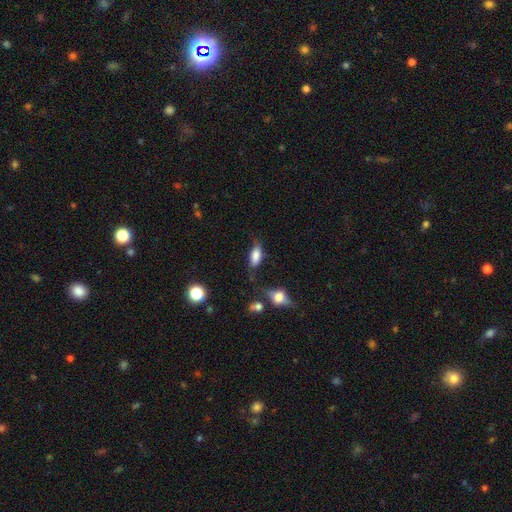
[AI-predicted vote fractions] Smooth or featured: smooth — 75% (featured or disk — 16%)
How rounded: in between — 80% (cigar-shaped — 16%)
Merging: none — 59% (minor disturbance — 25%)